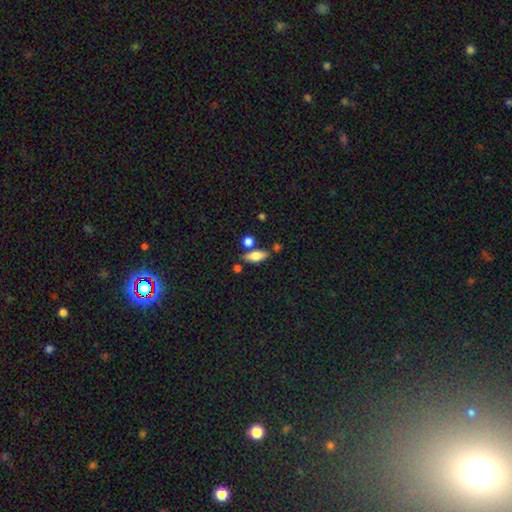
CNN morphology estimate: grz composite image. It shows a smooth galaxy with no disk features (74%) that is in between round and cigar-shaped (76%). Merging: none (70%).